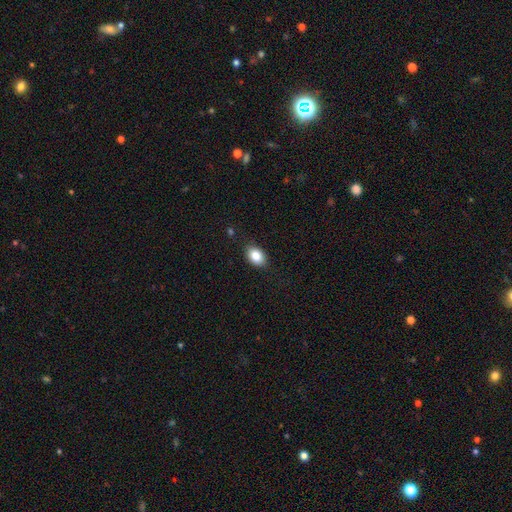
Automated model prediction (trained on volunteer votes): This is clearly a smooth galaxy (85%). How rounded: clearly in between (83%). Merging: clearly none (85%).